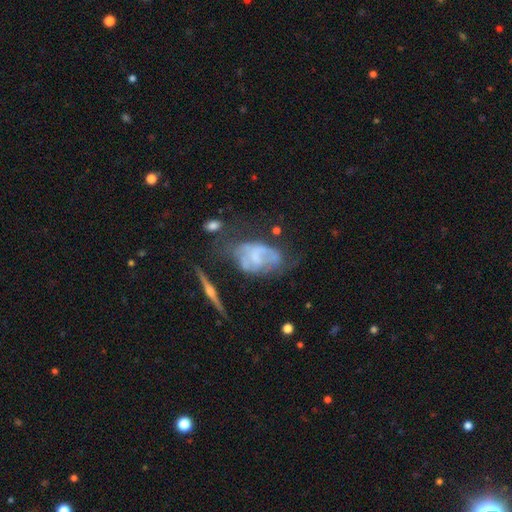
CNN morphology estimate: This is likely a featured or disk galaxy (66%). It is clearly not viewed edge-on (86%). Bar: likely no (69%). Spiral arm pattern: possibly no (55%). Central bulge: marginally none (40%). Merging: marginally none (33%).